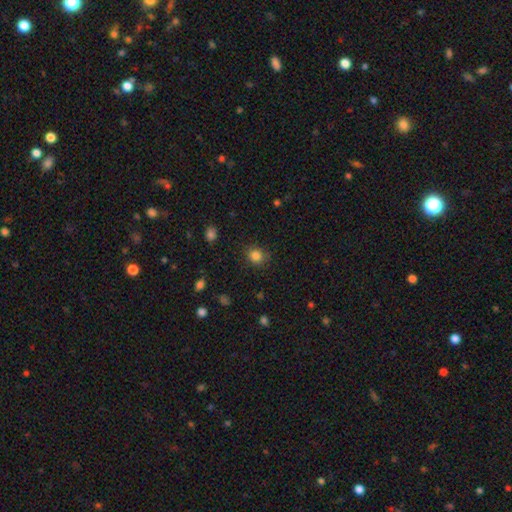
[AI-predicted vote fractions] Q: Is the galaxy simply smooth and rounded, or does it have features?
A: smooth — 83%.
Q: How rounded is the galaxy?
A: round — 82%.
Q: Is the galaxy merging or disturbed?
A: none — 86%.